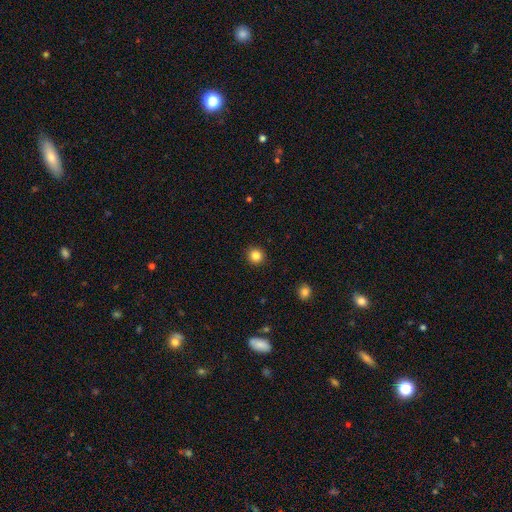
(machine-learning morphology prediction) Overall: smooth (84%). How rounded: round (93%). Merging: none (93%).